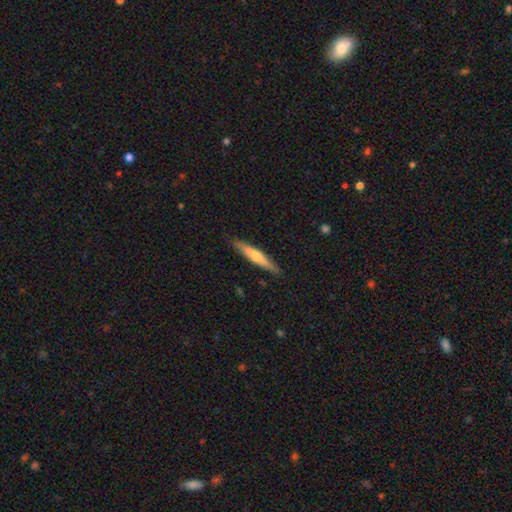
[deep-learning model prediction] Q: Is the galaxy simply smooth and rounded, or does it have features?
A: smooth — 57%.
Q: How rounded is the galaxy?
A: cigar-shaped — 92%.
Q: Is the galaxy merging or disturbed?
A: none — 88%.